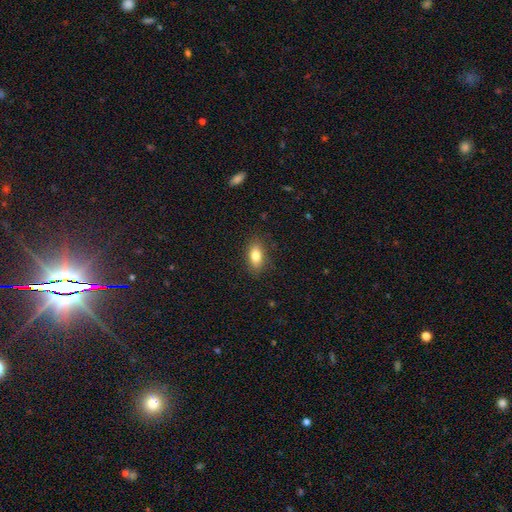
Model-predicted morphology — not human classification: Smooth or featured: smooth — 81% (featured or disk — 10%)
How rounded: in between — 86% (round — 7%)
Merging: none — 84% (minor disturbance — 12%)